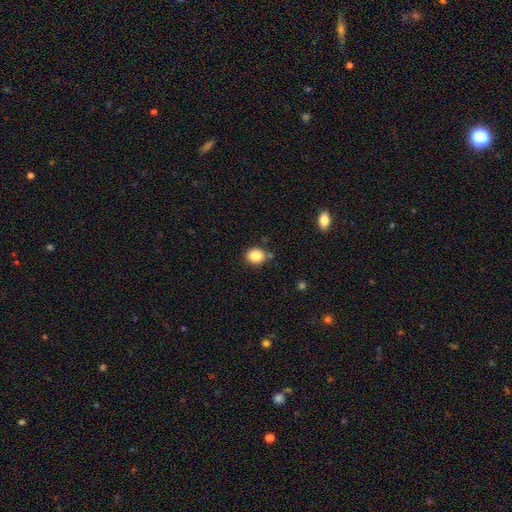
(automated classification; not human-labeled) This is clearly a smooth galaxy (86%). How rounded: likely round (71%). Merging: likely none (79%).